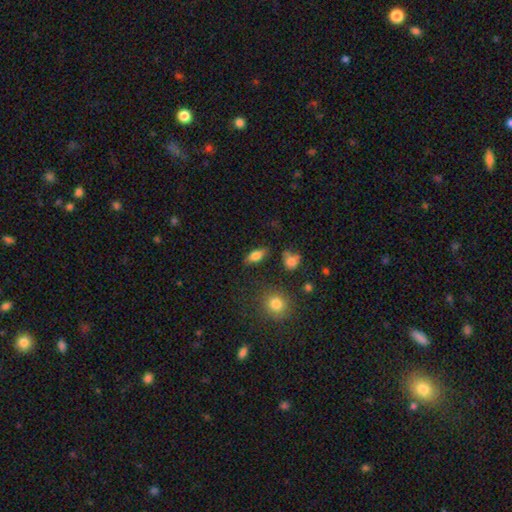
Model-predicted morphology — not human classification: Smooth or featured: smooth — 78% (featured or disk — 13%)
How rounded: in between — 83% (cigar-shaped — 11%)
Merging: none — 79% (minor disturbance — 13%)